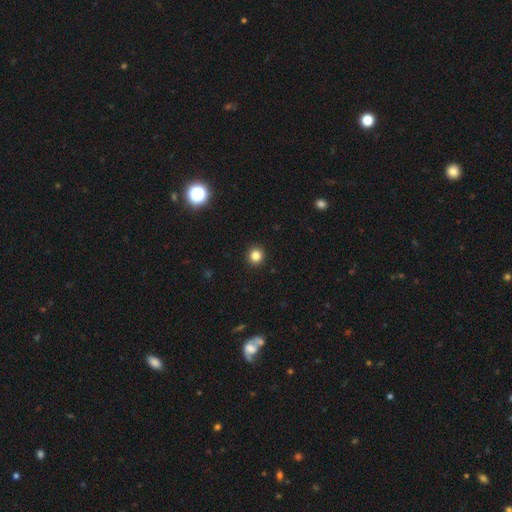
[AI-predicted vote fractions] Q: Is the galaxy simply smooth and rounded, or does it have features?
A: smooth — 83%.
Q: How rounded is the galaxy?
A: round — 93%.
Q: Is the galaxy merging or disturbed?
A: none — 93%.